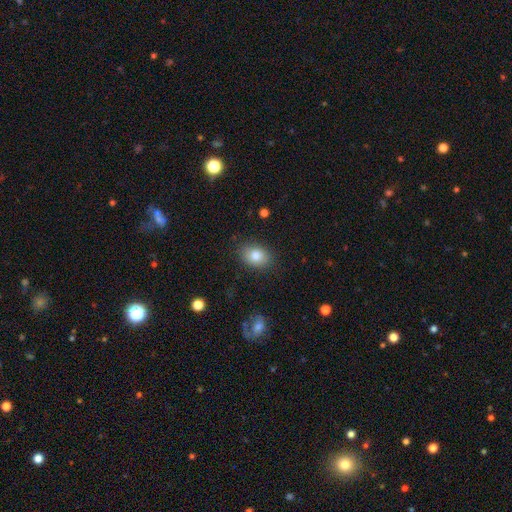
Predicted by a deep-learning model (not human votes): Smooth or featured? smooth (82%)
How rounded? in between (72%)
Merging? none (85%)